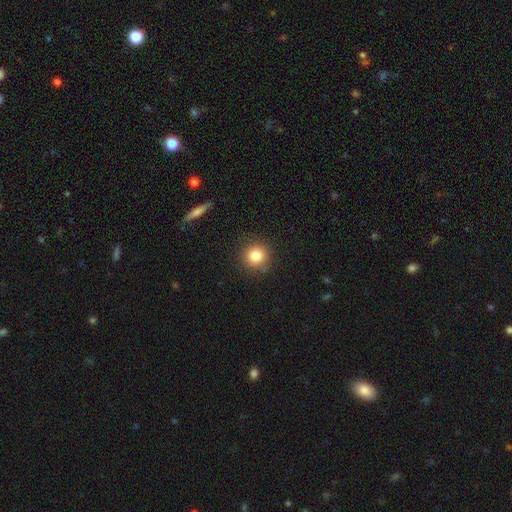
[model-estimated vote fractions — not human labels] Smooth or featured?
  - smooth: 83% *
  - star or artifact: 11%
  - featured or disk: 6%
How rounded?
  - round: 93% *
  - in between: 6%
  - cigar-shaped: 1%
Merging?
  - none: 88% *
  - minor disturbance: 8%
  - major disturbance: 2%
  - merger: 2%